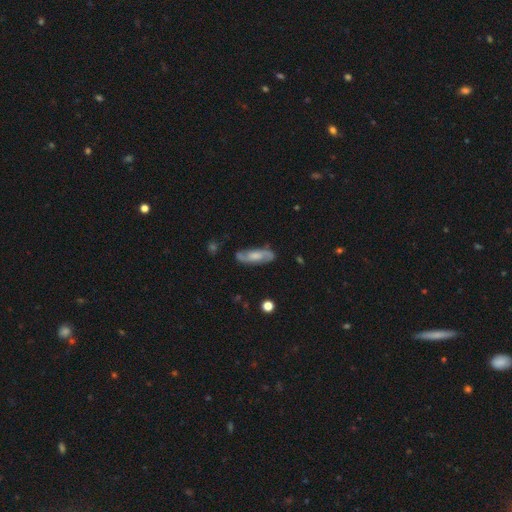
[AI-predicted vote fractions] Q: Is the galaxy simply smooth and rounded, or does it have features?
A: featured or disk — 69%.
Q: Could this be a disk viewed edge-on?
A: no — 86%.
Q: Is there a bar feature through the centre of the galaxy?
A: no — 47%.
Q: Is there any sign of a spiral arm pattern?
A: yes — 92%.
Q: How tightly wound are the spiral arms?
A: medium — 47%.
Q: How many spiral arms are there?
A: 2 — 87%.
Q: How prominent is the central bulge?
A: moderate — 40%.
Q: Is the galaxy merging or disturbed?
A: none — 79%.